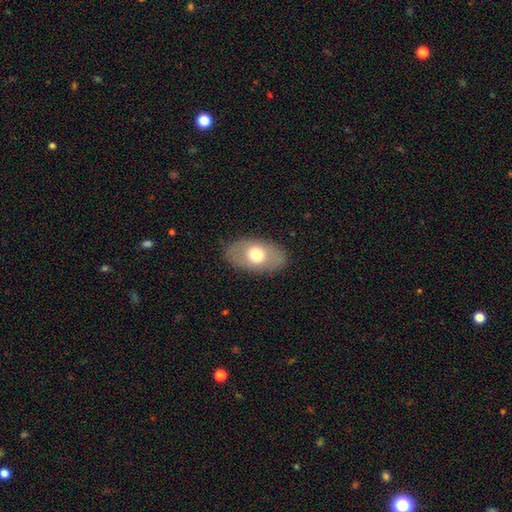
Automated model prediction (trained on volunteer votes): This appears to be a smooth galaxy with no disk features (61%) that is in between round and cigar-shaped (89%). Merging: none (85%).